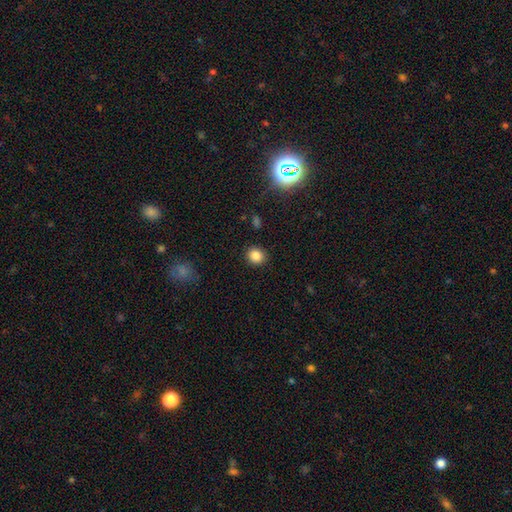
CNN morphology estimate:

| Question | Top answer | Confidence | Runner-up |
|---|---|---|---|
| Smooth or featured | smooth | 85% | star or artifact (11%) |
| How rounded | round | 76% | in between (23%) |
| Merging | none | 89% | minor disturbance (7%) |